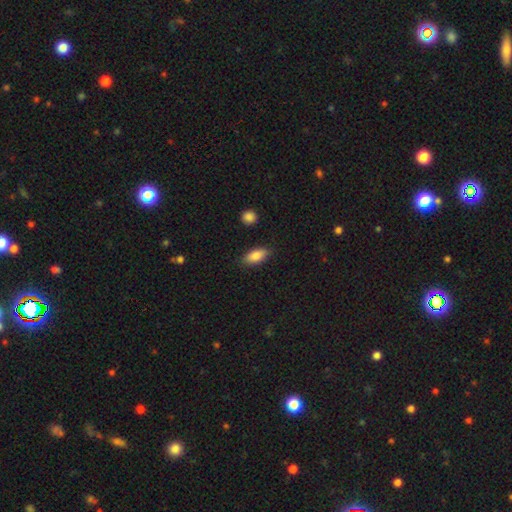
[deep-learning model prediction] smooth 84%, featured or disk 9%, star or artifact 7%. Down the decision tree: how rounded — in between (86%); merging — none (83%).